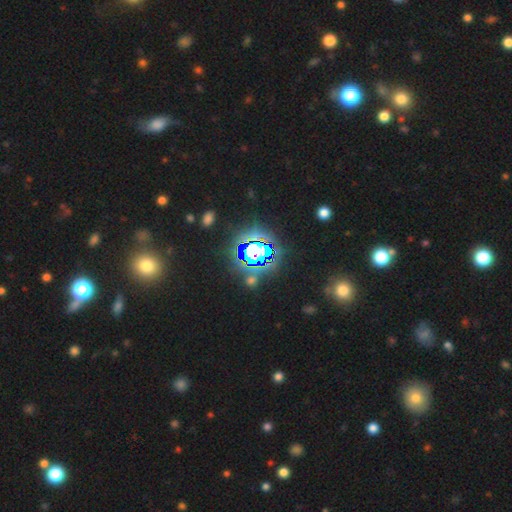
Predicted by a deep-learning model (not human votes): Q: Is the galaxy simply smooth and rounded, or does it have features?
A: star or artifact — 72%.